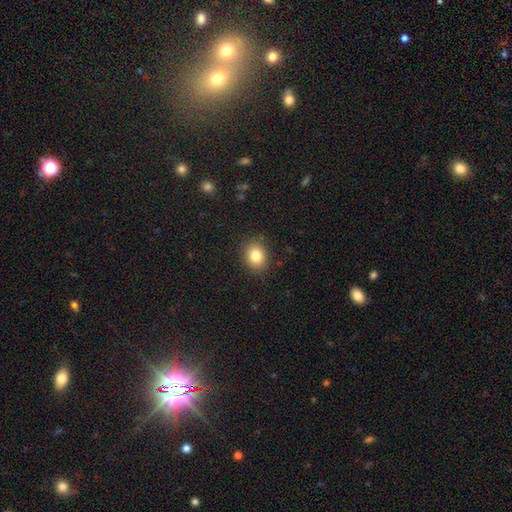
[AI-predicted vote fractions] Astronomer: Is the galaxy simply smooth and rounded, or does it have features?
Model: smooth — 82%.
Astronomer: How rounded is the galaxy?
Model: round — 59% (runner-up: in between, 40%).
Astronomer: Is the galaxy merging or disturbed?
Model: none — 87%.